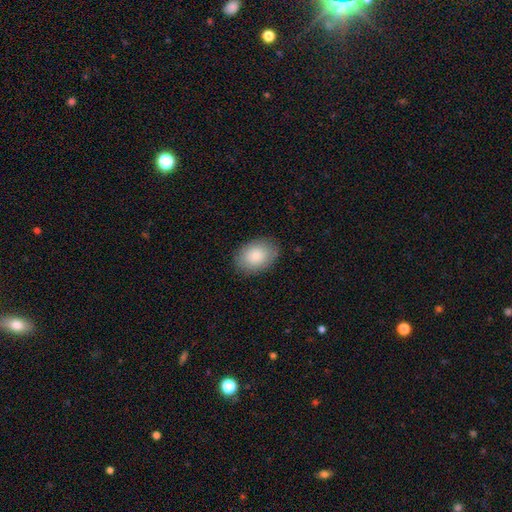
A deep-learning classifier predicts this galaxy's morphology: A smooth galaxy with no disk features (86%) that is in between round and cigar-shaped (79%).

Vote fractions:
- Smooth or featured? smooth: 86% / featured or disk: 8% / star or artifact: 6%
- How rounded? in between: 79% / round: 20% / cigar-shaped: 1%
- Merging? none: 86% / minor disturbance: 10% / major disturbance: 3% / merger: 1%